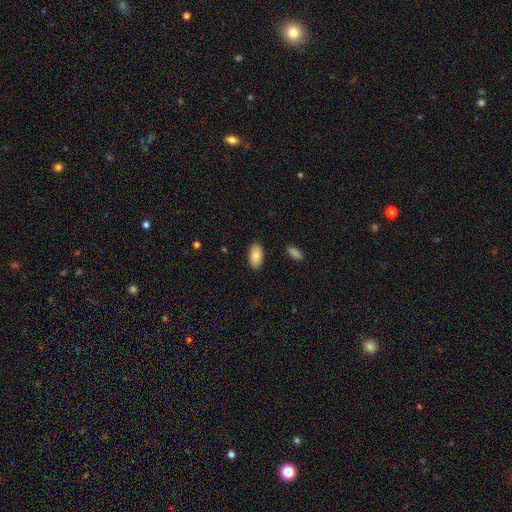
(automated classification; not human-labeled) smooth-or-featured: smooth: 88% | star or artifact: 6% | featured or disk: 5%
  how-rounded: in between: 95% | round: 3% | cigar-shaped: 3%
  merging: none: 88% | minor disturbance: 9% | major disturbance: 2% | merger: 2%